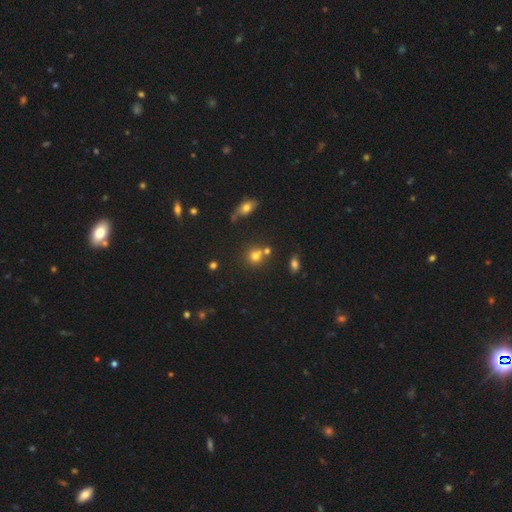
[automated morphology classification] Smooth or featured?
  - smooth: 71% *
  - star or artifact: 17%
  - featured or disk: 12%
How rounded?
  - round: 84% *
  - in between: 15%
  - cigar-shaped: 1%
Merging?
  - none: 56% *
  - merger: 29%
  - minor disturbance: 11%
  - major disturbance: 4%